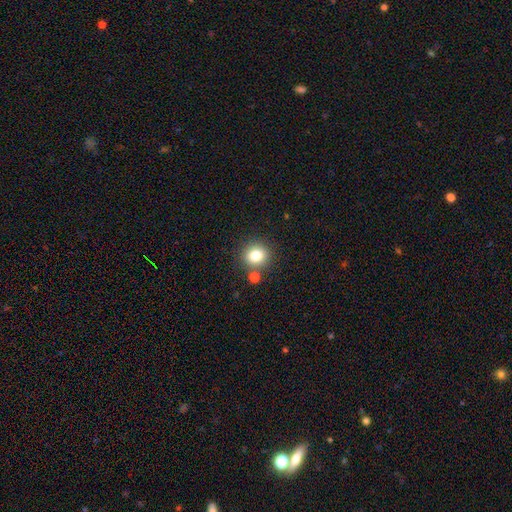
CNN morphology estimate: Q: Smooth or featured?
A: smooth (80%); runner-up: star or artifact (12%)
Q: How rounded?
A: round (85%); runner-up: in between (14%)
Q: Merging?
A: none (80%); runner-up: merger (9%)